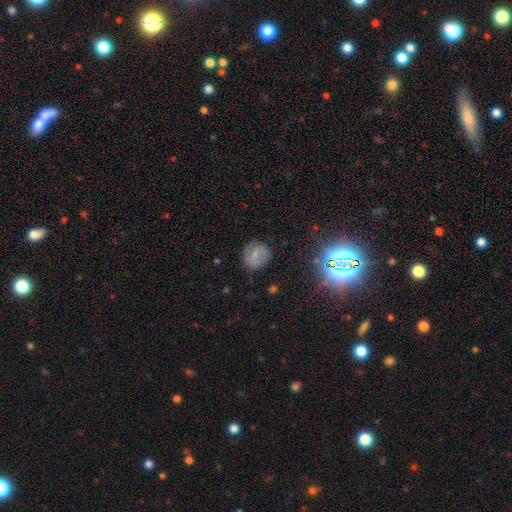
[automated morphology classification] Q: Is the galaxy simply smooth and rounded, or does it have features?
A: smooth — 54%.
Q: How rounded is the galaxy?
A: round — 84%.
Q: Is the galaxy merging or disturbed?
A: none — 80%.